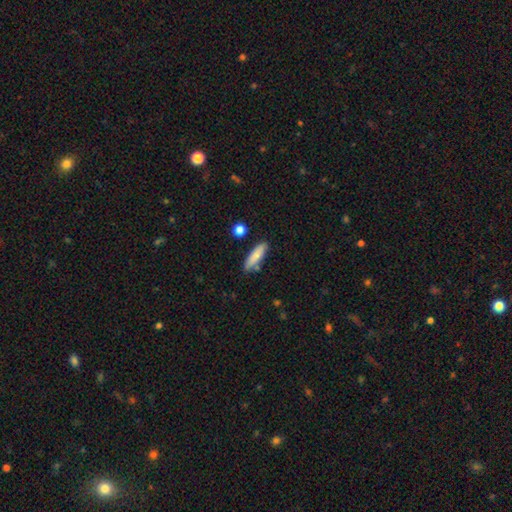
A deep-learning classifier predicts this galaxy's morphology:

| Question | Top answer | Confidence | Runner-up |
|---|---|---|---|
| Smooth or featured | smooth | 82% | featured or disk (11%) |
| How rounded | cigar-shaped | 63% | in between (35%) |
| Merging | none | 80% | minor disturbance (13%) |